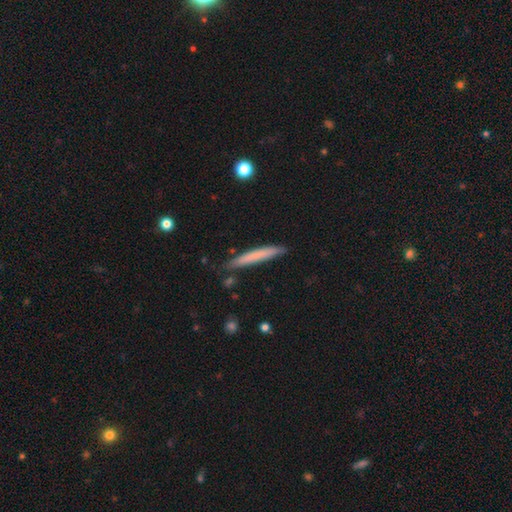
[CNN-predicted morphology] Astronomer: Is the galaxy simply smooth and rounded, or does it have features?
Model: smooth — 68%.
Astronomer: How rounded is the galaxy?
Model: cigar-shaped — 96%.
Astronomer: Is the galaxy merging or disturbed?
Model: none — 82%.